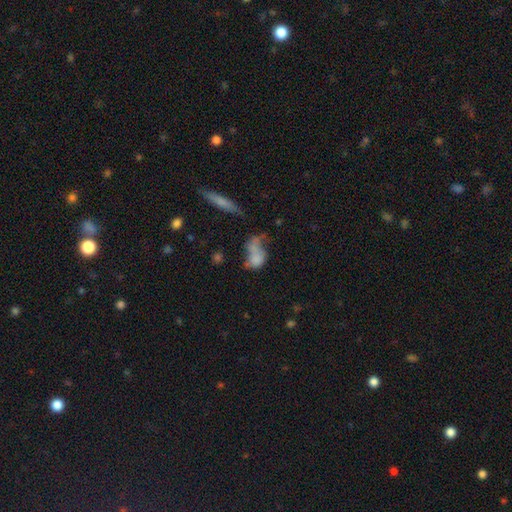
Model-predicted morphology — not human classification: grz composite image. It shows a smooth galaxy with no disk features (64%) that is in between round and cigar-shaped (80%). Merging: major disturbance (35%).